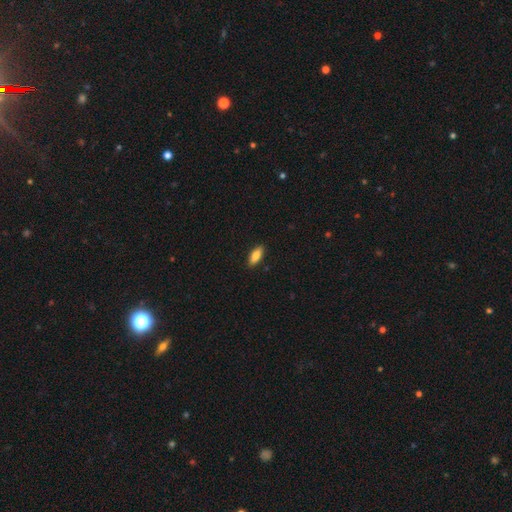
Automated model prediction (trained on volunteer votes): A smooth galaxy with no disk features (81%) that is in between round and cigar-shaped (75%). Merging: none (89%).